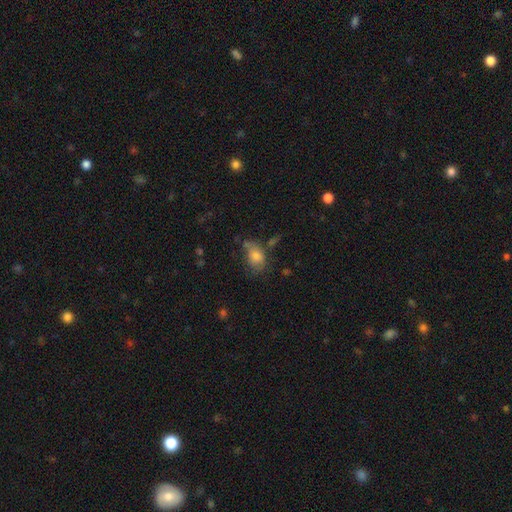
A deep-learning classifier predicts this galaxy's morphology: Smooth or featured?
  - smooth: 73% *
  - featured or disk: 15%
  - star or artifact: 11%
How rounded?
  - in between: 74% *
  - round: 24%
  - cigar-shaped: 2%
Merging?
  - none: 44% *
  - minor disturbance: 31%
  - major disturbance: 17%
  - merger: 9%